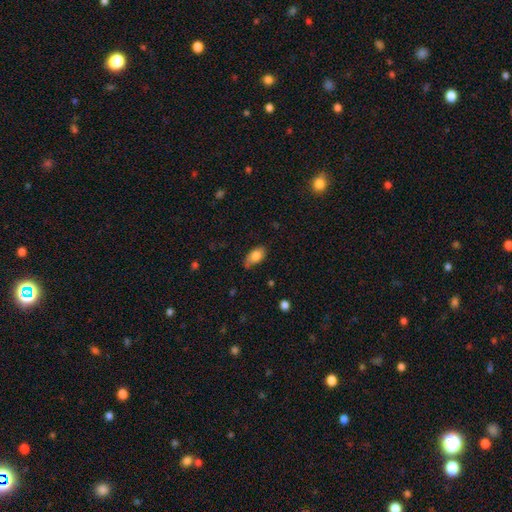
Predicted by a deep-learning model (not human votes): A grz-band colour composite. It shows a smooth galaxy with no disk features (82%) that is in between round and cigar-shaped (91%). Merging: none (62%).